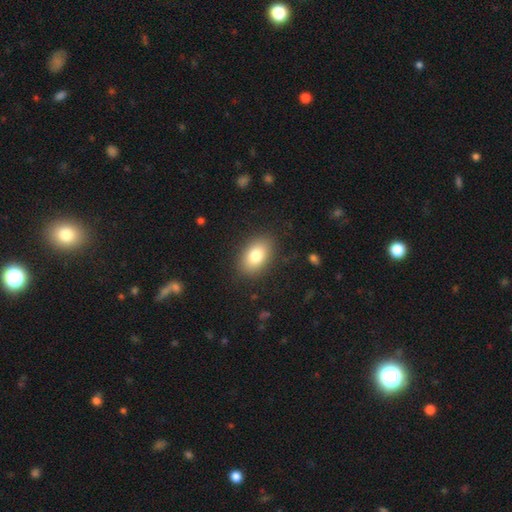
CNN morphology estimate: This appears to be a smooth galaxy with no disk features (80%) that is in between round and cigar-shaped (87%). Merging: none (86%).